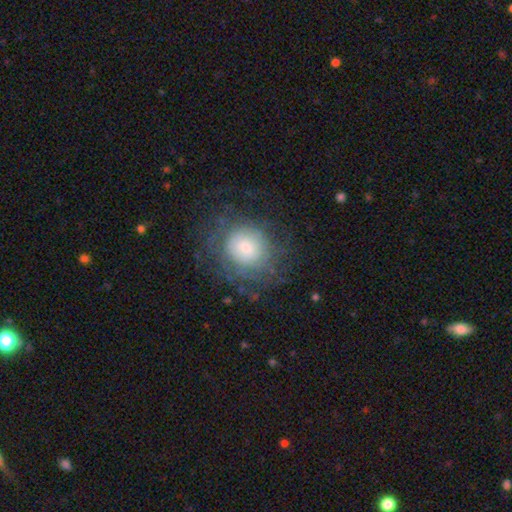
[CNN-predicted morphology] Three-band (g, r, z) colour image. It shows a smooth galaxy with no disk features (50%). Merging: none (69%).